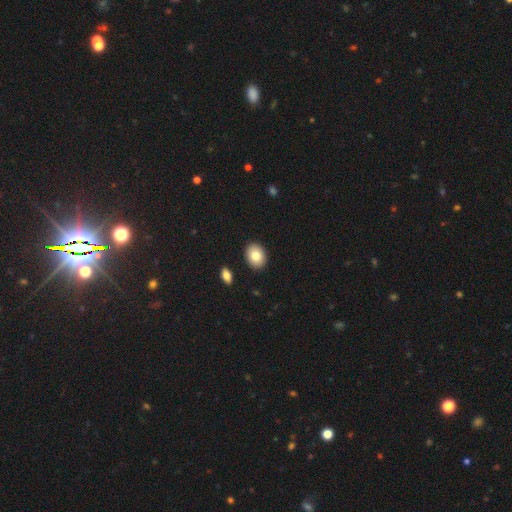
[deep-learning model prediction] A smooth galaxy with no disk features (82%) that is in between round and cigar-shaped (72%).

Vote fractions:
- Smooth or featured? smooth: 82% / featured or disk: 10% / star or artifact: 7%
- How rounded? in between: 72% / round: 27% / cigar-shaped: 1%
- Merging? none: 90% / minor disturbance: 7% / merger: 2% / major disturbance: 2%